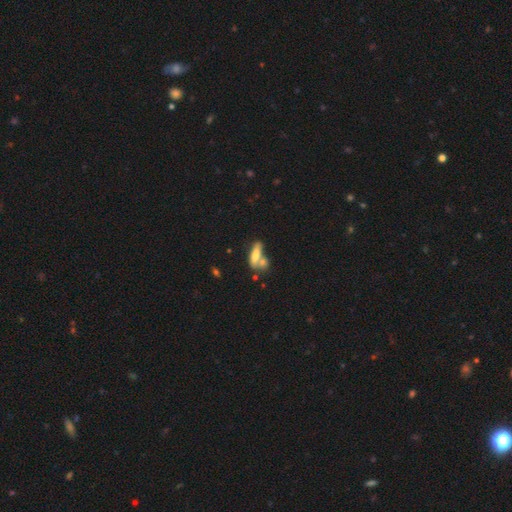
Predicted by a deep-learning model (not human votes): Q: Smooth or featured?
A: smooth (68%); runner-up: featured or disk (23%)
Q: How rounded?
A: in between (54%); runner-up: cigar-shaped (42%)
Q: Merging?
A: merger (44%); runner-up: none (36%)